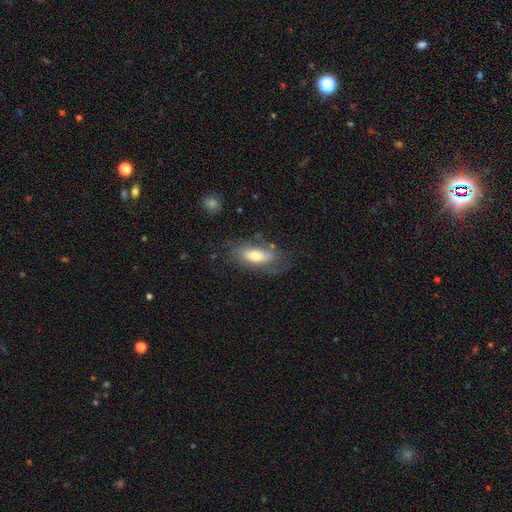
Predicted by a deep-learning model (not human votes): smooth-or-featured: smooth: 57% | featured or disk: 36% | star or artifact: 7%
  how-rounded: in between: 76% | cigar-shaped: 20% | round: 3%
  merging: none: 61% | minor disturbance: 22% | major disturbance: 13% | merger: 3%